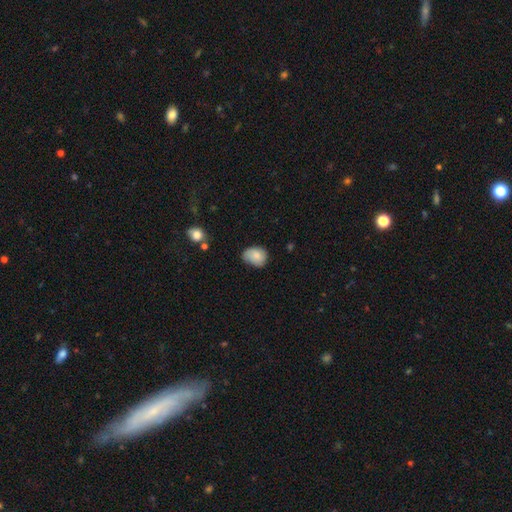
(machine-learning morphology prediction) Smooth or featured? Predicted: smooth (p=0.79). How rounded? Predicted: in between (p=0.56). Merging? Predicted: none (p=0.54).